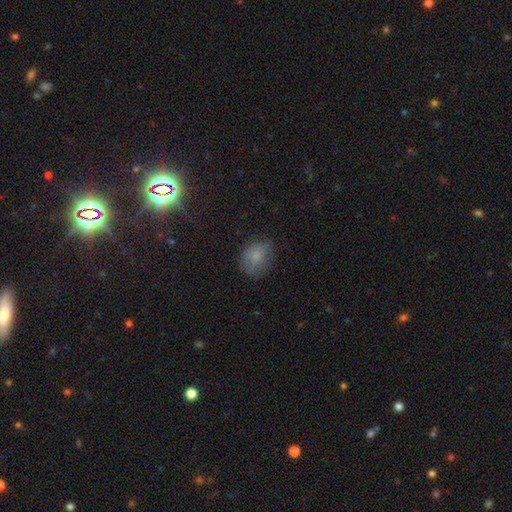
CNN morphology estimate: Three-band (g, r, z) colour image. It shows a smooth galaxy with no disk features (76%) that is round (52%). Merging: none (63%).